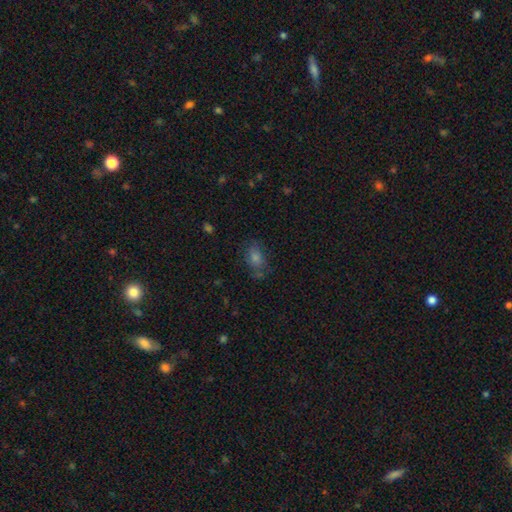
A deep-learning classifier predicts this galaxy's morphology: smooth 57%, star or artifact 27%, featured or disk 16%. Down the decision tree: how rounded — in between (72%); merging — none (72%).